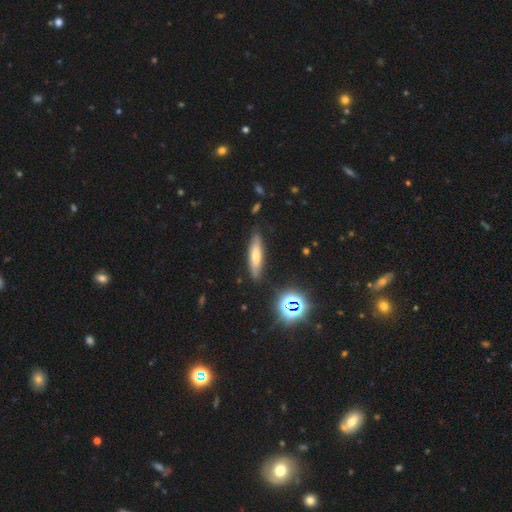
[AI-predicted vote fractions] A smooth galaxy with no disk features (57%) that is cigar-shaped (75%). Merging: none (85%).